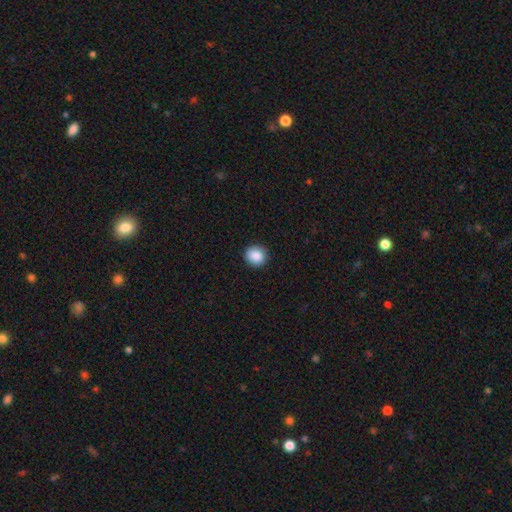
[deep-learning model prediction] Overall: smooth (88%). How rounded: round (90%). Merging: none (90%).